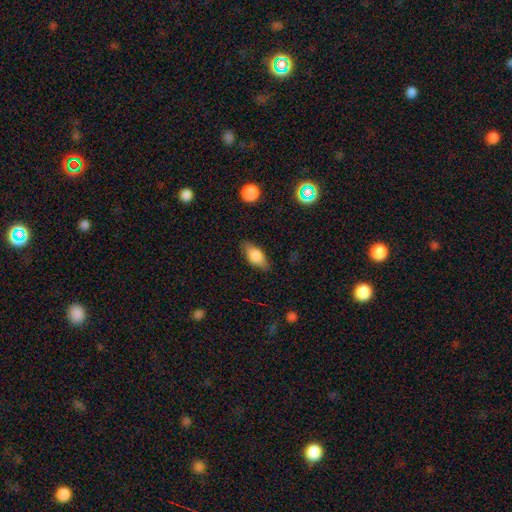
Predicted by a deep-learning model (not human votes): smooth_or_featured: smooth (p=0.73) [alt: featured or disk p=0.20]
how_rounded: in between (p=0.83) [alt: cigar-shaped p=0.13]
merging: none (p=0.81) [alt: minor disturbance p=0.14]